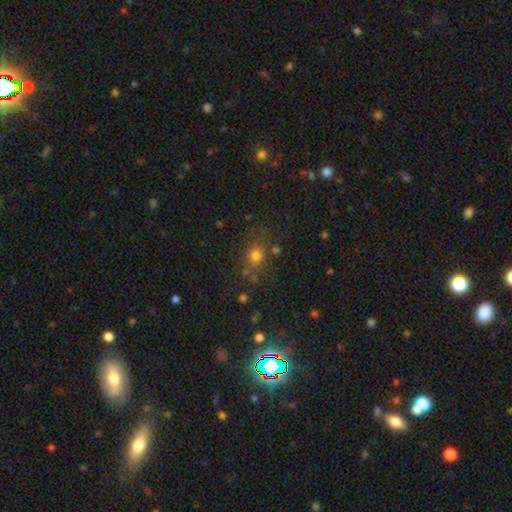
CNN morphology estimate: This is likely a smooth galaxy (71%). How rounded: likely round (69%). Merging: likely none (74%).